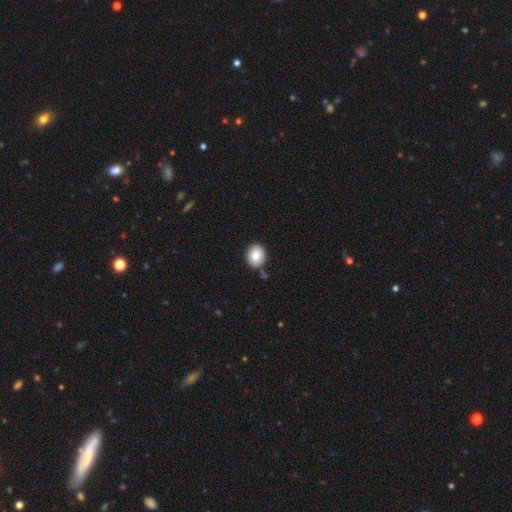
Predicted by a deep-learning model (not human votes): smooth 83%, star or artifact 9%, featured or disk 9%. Down the decision tree: how rounded — round (72%); merging — none (79%).